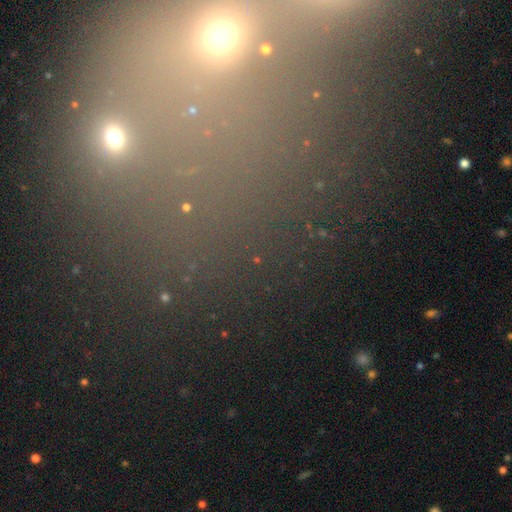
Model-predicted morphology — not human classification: type=star or artifact (61%).